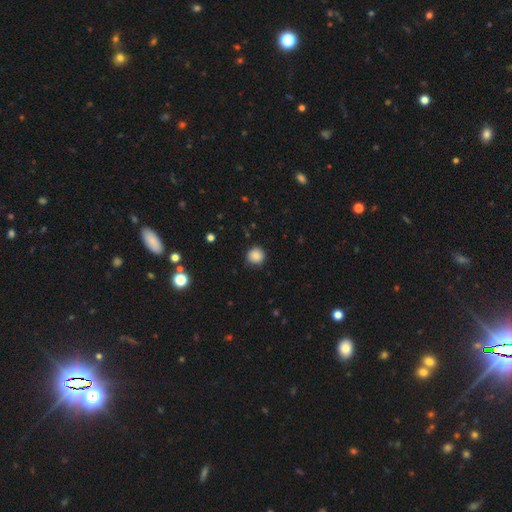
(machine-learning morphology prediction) Smooth or featured? smooth (86%)
How rounded? round (94%)
Merging? none (88%)